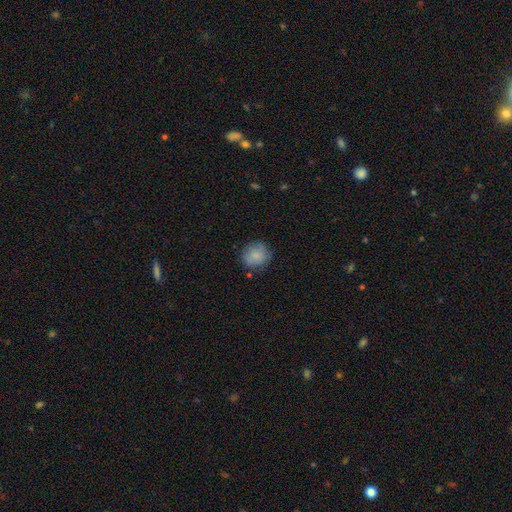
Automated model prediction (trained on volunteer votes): Morphology: type=smooth (83%); roundness=round (81%); merging=none (77%).